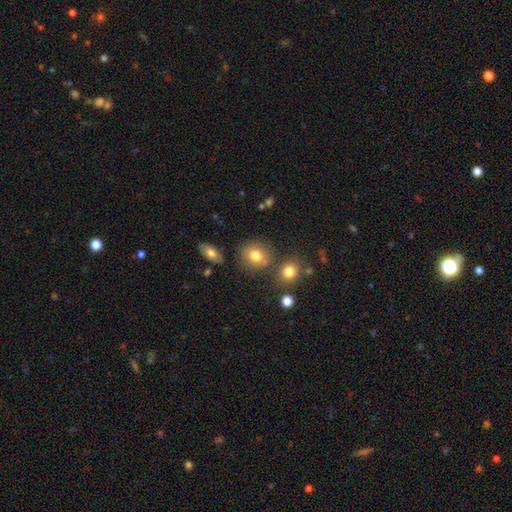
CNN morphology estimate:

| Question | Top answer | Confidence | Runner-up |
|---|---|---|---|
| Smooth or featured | smooth | 78% | star or artifact (11%) |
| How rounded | round | 78% | in between (21%) |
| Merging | none | 74% | minor disturbance (12%) |